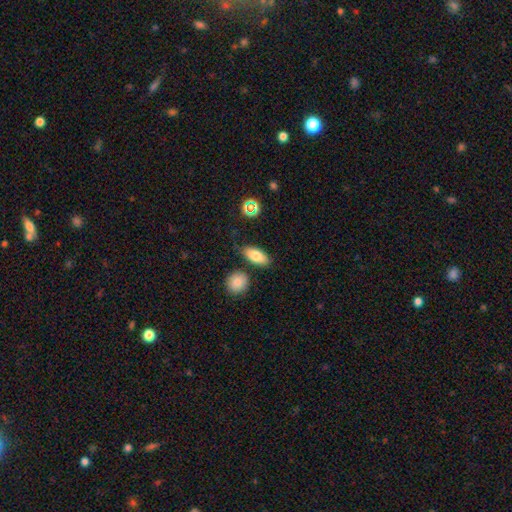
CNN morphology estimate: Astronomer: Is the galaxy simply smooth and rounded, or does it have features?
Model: smooth — 80%.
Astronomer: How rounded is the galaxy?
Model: in between — 86%.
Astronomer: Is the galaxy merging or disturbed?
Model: none — 78%.